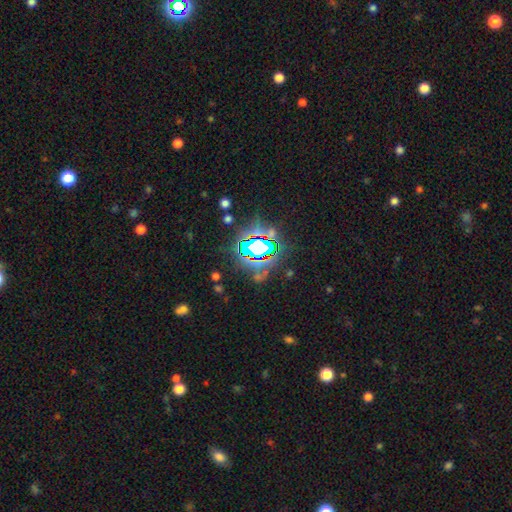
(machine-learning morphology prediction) A star or artifact, not a galaxy (83%).